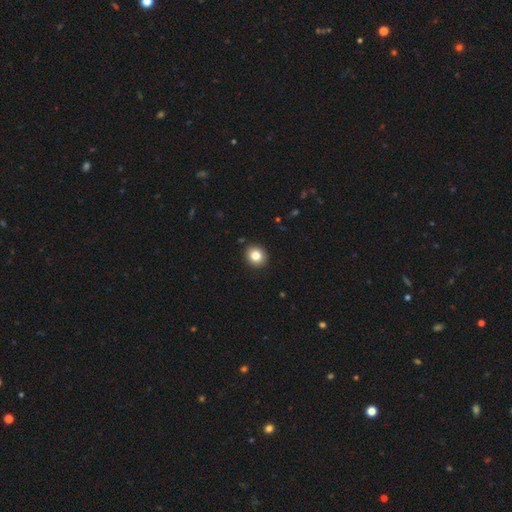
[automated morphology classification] A smooth galaxy with no disk features (83%) that is round (82%).

Vote fractions:
- Smooth or featured? smooth: 83% / star or artifact: 10% / featured or disk: 7%
- How rounded? round: 82% / in between: 17% / cigar-shaped: 1%
- Merging? none: 91% / minor disturbance: 6% / major disturbance: 2% / merger: 1%